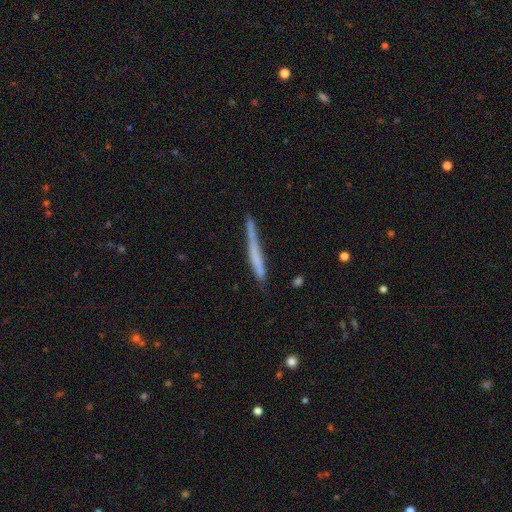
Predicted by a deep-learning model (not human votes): Smooth or featured?
  - smooth: 51% *
  - featured or disk: 41%
  - star or artifact: 7%
How rounded?
  - cigar-shaped: 97% *
  - in between: 2%
  - round: 1%
Merging?
  - none: 73% *
  - minor disturbance: 19%
  - major disturbance: 4%
  - merger: 3%